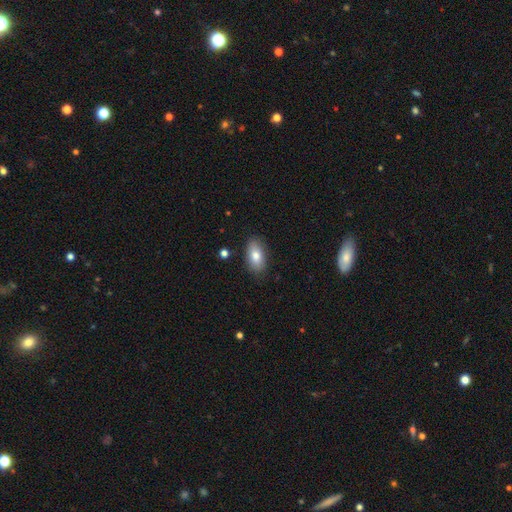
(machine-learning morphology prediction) Smooth or featured? Predicted: smooth (p=0.79). How rounded? Predicted: in between (p=0.91). Merging? Predicted: none (p=0.85).